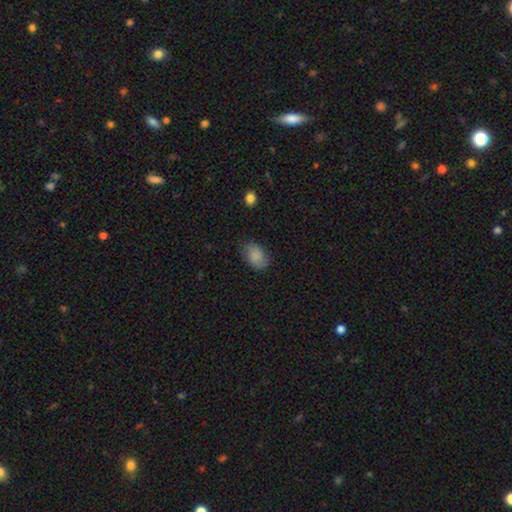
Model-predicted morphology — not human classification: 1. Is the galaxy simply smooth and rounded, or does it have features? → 85% smooth, 8% star or artifact, 7% featured or disk.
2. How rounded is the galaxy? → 87% in between, 12% round, 1% cigar-shaped.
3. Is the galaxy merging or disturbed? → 76% none, 19% minor disturbance, 4% major disturbance, 1% merger.